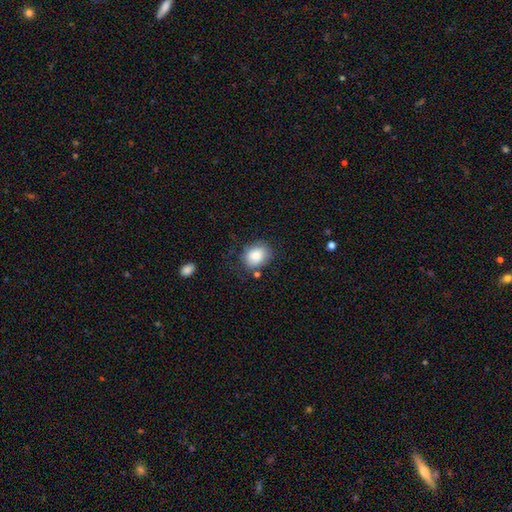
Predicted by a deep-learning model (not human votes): Smooth or featured? Predicted: smooth (p=0.84). How rounded? Predicted: in between (p=0.58). Merging? Predicted: none (p=0.67).